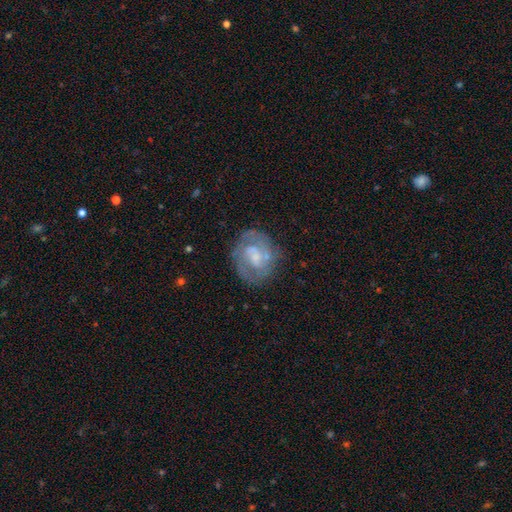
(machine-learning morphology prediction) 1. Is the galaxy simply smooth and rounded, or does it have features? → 70% featured or disk, 23% smooth, 7% star or artifact.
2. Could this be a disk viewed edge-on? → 97% no, 3% yes.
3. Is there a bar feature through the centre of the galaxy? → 46% no, 43% weak, 12% strong.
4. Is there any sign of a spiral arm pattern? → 75% yes, 25% no.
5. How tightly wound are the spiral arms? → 45% tight, 40% medium, 15% loose.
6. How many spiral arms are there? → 53% 2, 26% can't tell, 8% 3, 8% 1, 2% 4, 2% more than 4.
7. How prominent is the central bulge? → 35% moderate (tied), 35% small (tied), 21% none, 8% large, 2% dominant.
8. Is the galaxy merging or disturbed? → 66% none, 19% minor disturbance, 11% major disturbance, 4% merger.